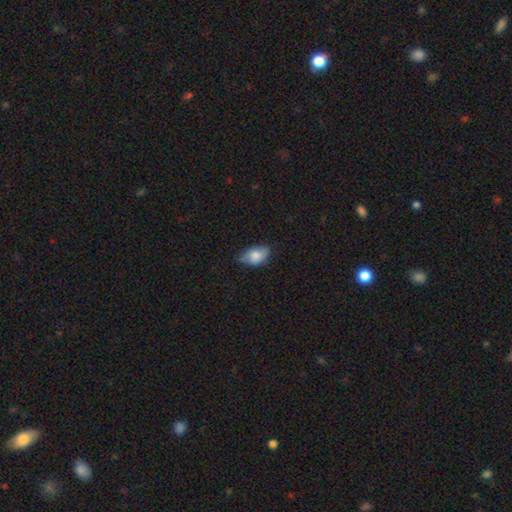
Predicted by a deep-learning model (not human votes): smooth 78%, featured or disk 15%, star or artifact 7%. Down the decision tree: how rounded — in between (90%); merging — none (63%).